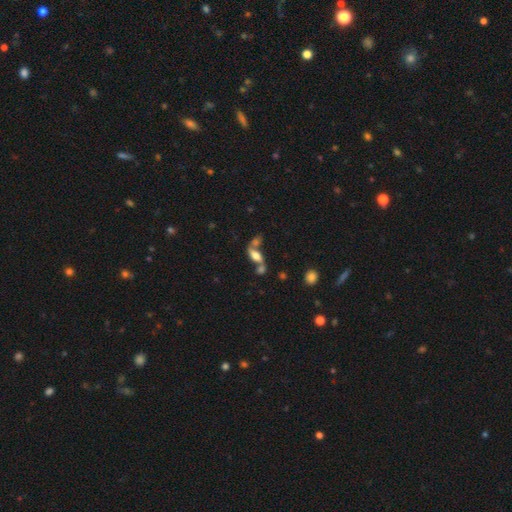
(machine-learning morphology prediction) smooth_or_featured: smooth (p=0.49) [alt: featured or disk p=0.39]
merging: merger (p=0.46) [alt: none p=0.32]